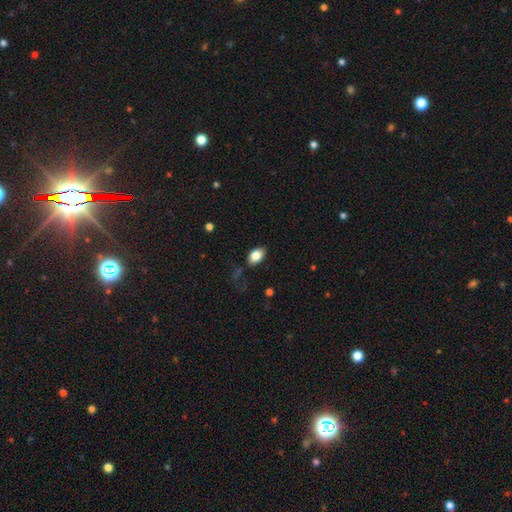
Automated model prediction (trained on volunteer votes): Smooth or featured? smooth (85%)
How rounded? in between (88%)
Merging? none (79%)